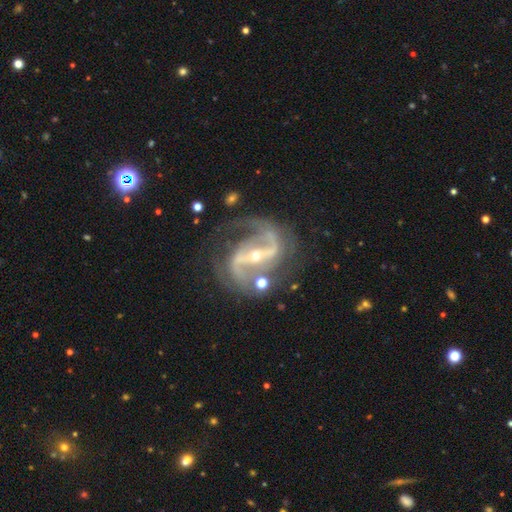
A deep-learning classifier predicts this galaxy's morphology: A featured or disk galaxy (91%) with a strong bar (69%), 2 (91%) medium (55%) spiral arms (97%) and a small central bulge (68%).

Vote fractions:
- Smooth or featured? featured or disk: 91% / star or artifact: 6% / smooth: 3%
- Edge-on disk? no: 97% / yes: 3%
- Bar? strong: 69% / weak: 21% / no: 11%
- Spiral arms? yes: 97% / no: 3%
- Spiral winding? medium: 55% / loose: 26% / tight: 19%
- Spiral arm count? 2: 91% / 3: 3% / can't tell: 3% / 1: 2% / 4: 1% / more than 4: 1%
- Bulge size? small: 68% / moderate: 28% / large: 1% / none: 1% / dominant: 1%
- Merging? none: 67% / minor disturbance: 17% / major disturbance: 11% / merger: 4%